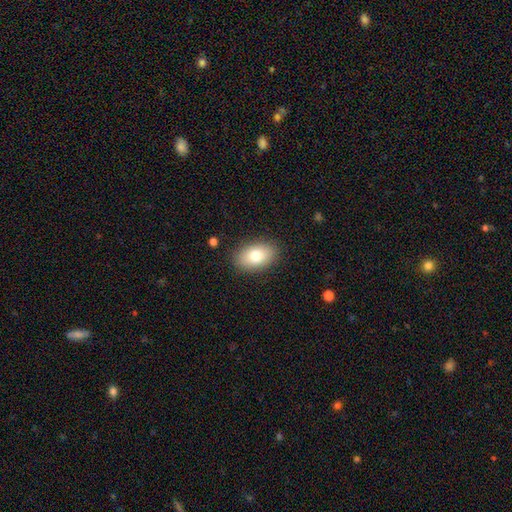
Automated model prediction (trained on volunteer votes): Smooth or featured? smooth (79%)
How rounded? in between (91%)
Merging? none (87%)